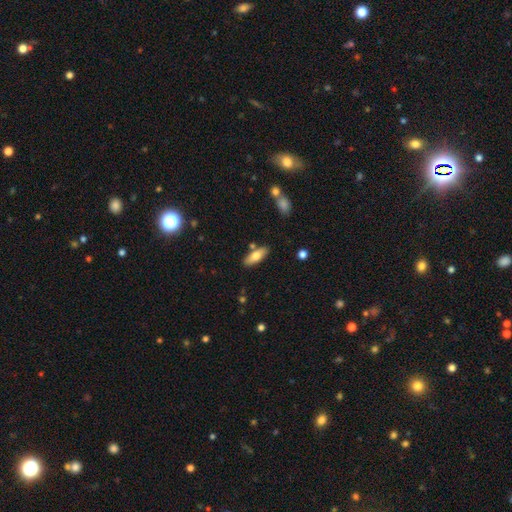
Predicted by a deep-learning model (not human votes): Smooth or featured: smooth — 72% (featured or disk — 21%)
How rounded: in between — 67% (cigar-shaped — 30%)
Merging: none — 80% (minor disturbance — 12%)